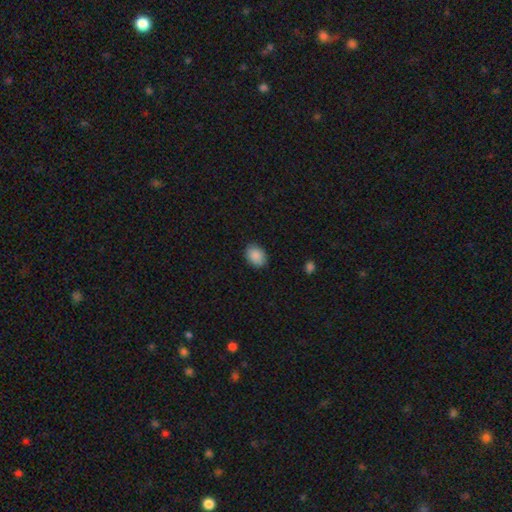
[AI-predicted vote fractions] This is clearly a smooth galaxy (90%). How rounded: likely in between (72%). Merging: clearly none (87%).